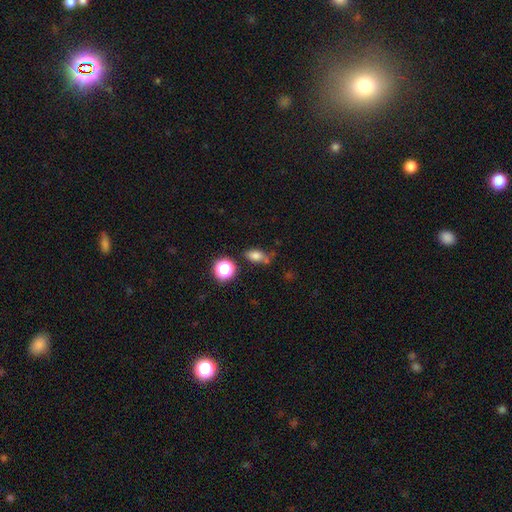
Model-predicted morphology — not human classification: Smooth or featured?
  - smooth: 76% *
  - star or artifact: 15%
  - featured or disk: 9%
How rounded?
  - in between: 77% *
  - round: 20%
  - cigar-shaped: 4%
Merging?
  - none: 61% *
  - minor disturbance: 21%
  - merger: 12%
  - major disturbance: 6%